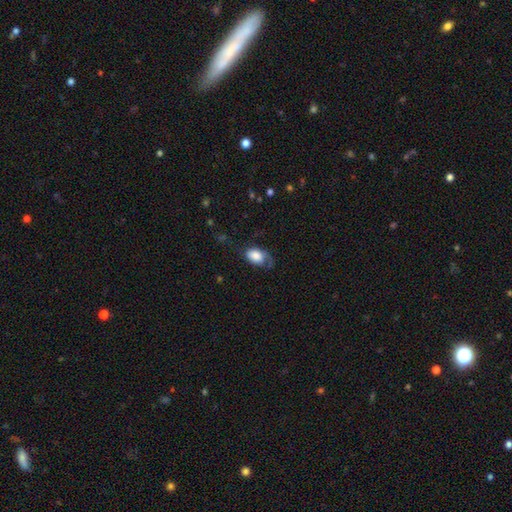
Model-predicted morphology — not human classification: Q: Smooth or featured?
A: smooth (70%); runner-up: featured or disk (23%)
Q: How rounded?
A: in between (87%); runner-up: round (11%)
Q: Merging?
A: none (44%); runner-up: minor disturbance (30%)